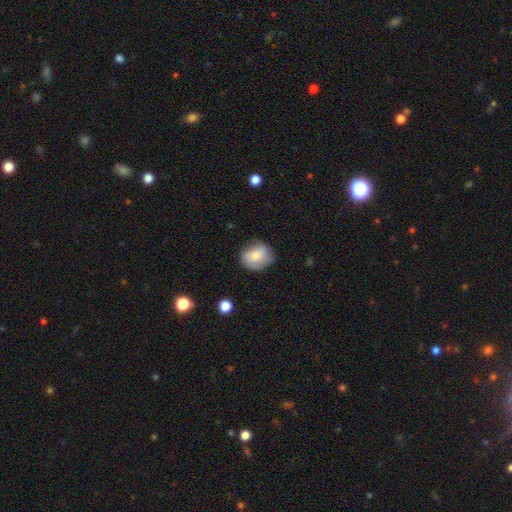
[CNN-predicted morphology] Overall: smooth (70%). How rounded: round (61%; in between 37%). Merging: none (69%).